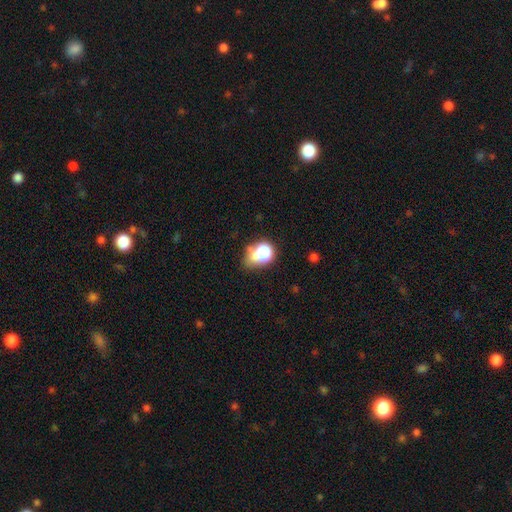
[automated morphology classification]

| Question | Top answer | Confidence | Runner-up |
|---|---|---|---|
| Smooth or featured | smooth | 64% | featured or disk (19%) |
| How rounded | round | 52% | in between (46%) |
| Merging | none | 36% | merger (35%) |